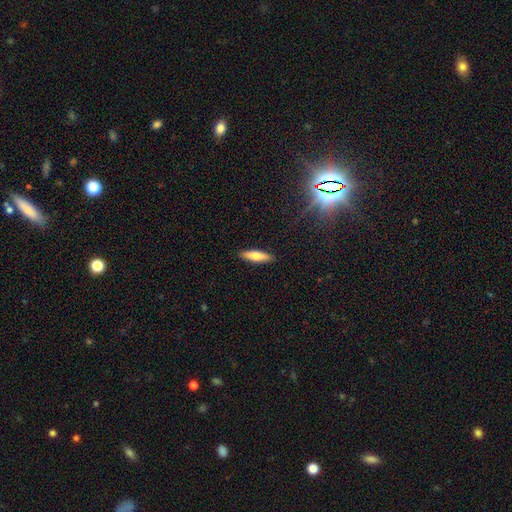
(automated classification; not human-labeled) A smooth galaxy with no disk features (72%) that is cigar-shaped (64%). Merging: none (90%).